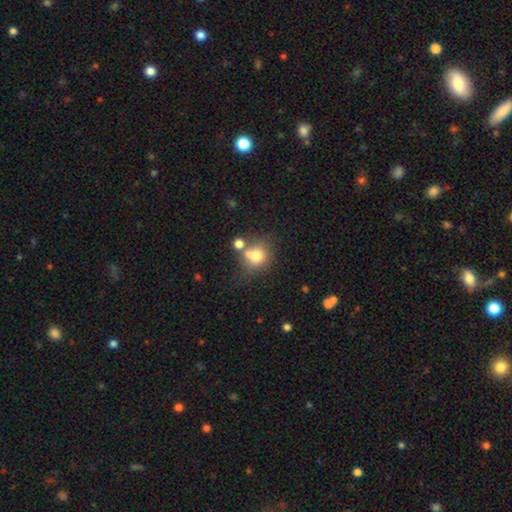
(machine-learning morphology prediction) Smooth or featured: smooth — 72% (featured or disk — 15%)
How rounded: round — 75% (in between — 24%)
Merging: none — 48% (merger — 31%)